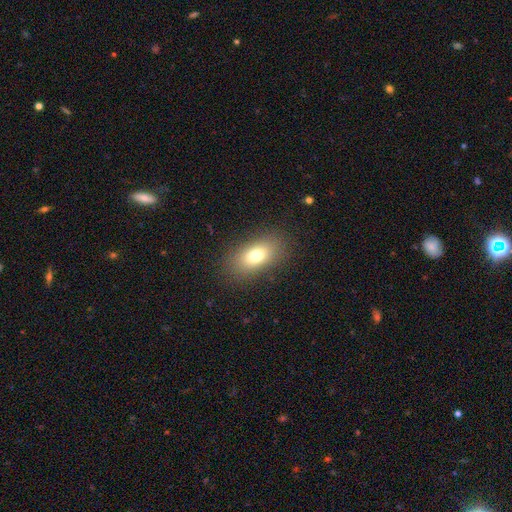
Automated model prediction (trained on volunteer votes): This appears to be a smooth galaxy with no disk features (75%) that is in between round and cigar-shaped (86%). Merging: none (85%).